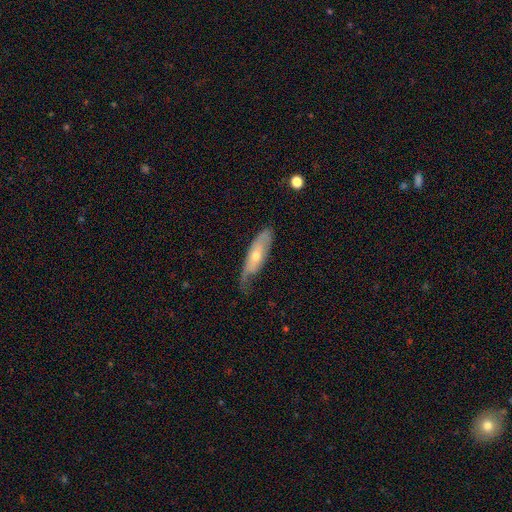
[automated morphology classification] Smooth or featured? Predicted: featured or disk (p=0.48). Merging? Predicted: none (p=0.46).